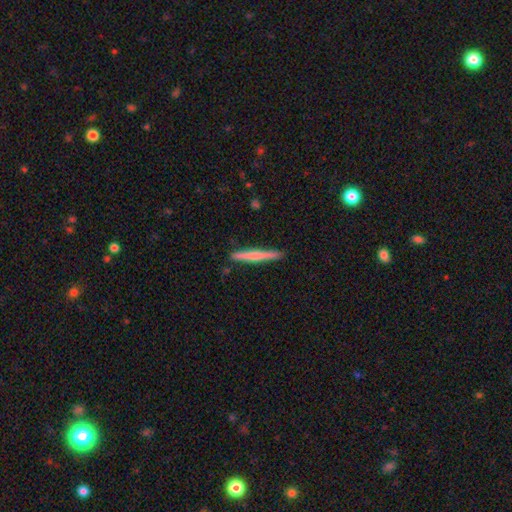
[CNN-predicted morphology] Overall: smooth (55%; featured or disk 40%). How rounded: cigar-shaped (96%). Merging: none (88%).